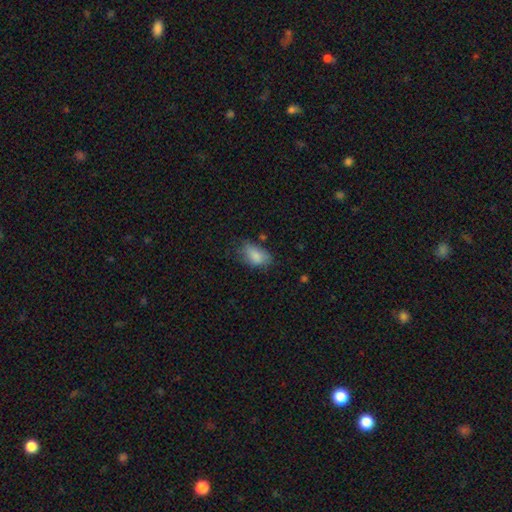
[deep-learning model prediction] smooth-or-featured: smooth: 83% | featured or disk: 10% | star or artifact: 8%
  how-rounded: in between: 91% | round: 7% | cigar-shaped: 2%
  merging: none: 53% | minor disturbance: 31% | major disturbance: 12% | merger: 3%